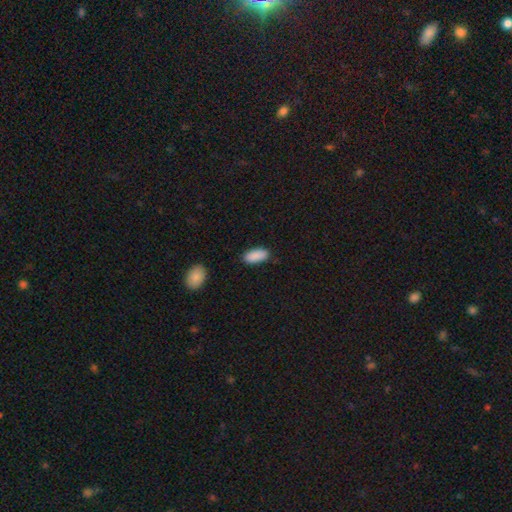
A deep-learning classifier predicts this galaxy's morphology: This is clearly a smooth galaxy (90%). How rounded: clearly in between (90%). Merging: clearly none (86%).